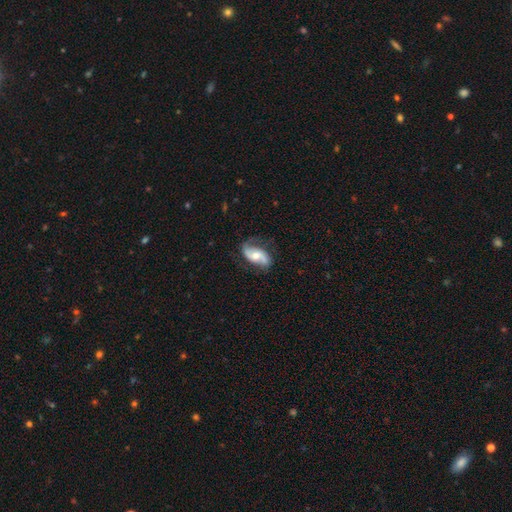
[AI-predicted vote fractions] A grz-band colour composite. It shows a featured or disk galaxy (75%) with no bar (54%), 2 (88%) loose (51%) spiral arms (92%) and a moderate central bulge (63%). Merging: none (68%).